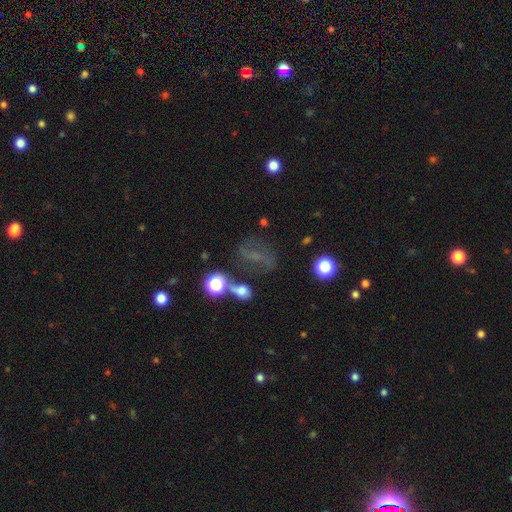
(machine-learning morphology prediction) smooth-or-featured: featured or disk: 40% | smooth: 35% | star or artifact: 25%
  merging: none: 60% | minor disturbance: 19% | major disturbance: 13% | merger: 8%